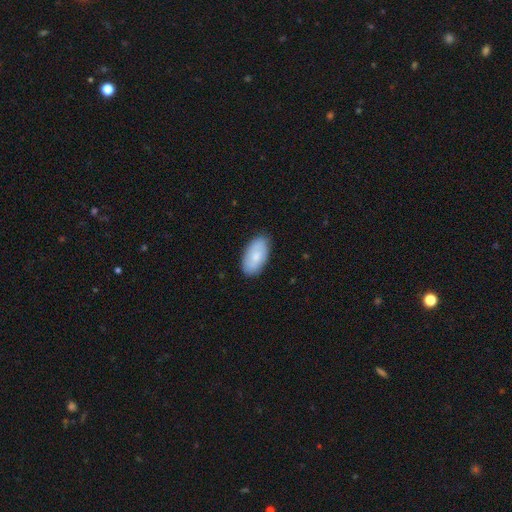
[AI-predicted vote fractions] smooth-or-featured: smooth: 77% | featured or disk: 18% | star or artifact: 6%
  how-rounded: in between: 95% | round: 3% | cigar-shaped: 2%
  merging: none: 84% | minor disturbance: 13% | major disturbance: 2% | merger: 1%